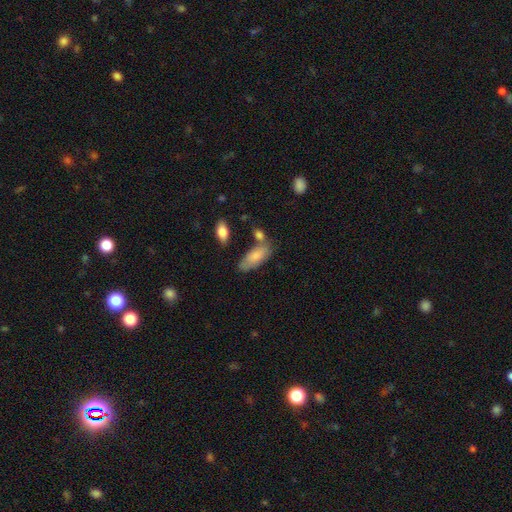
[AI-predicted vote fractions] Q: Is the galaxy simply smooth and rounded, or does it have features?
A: smooth — 78%.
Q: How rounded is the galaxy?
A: in between — 82%.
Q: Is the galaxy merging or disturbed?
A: none — 58%.